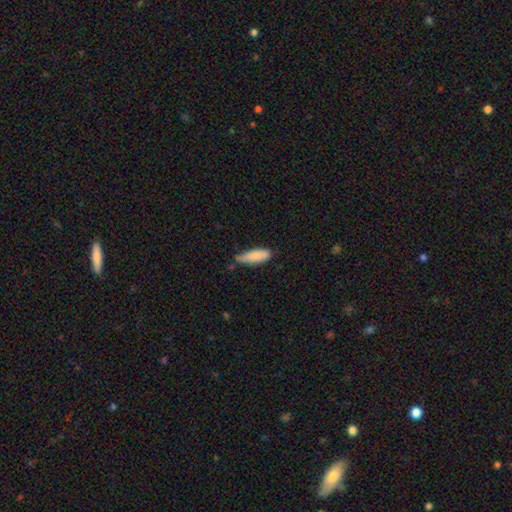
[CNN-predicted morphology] A smooth galaxy with no disk features (86%) that is in between round and cigar-shaped (55%). Merging: none (50%).